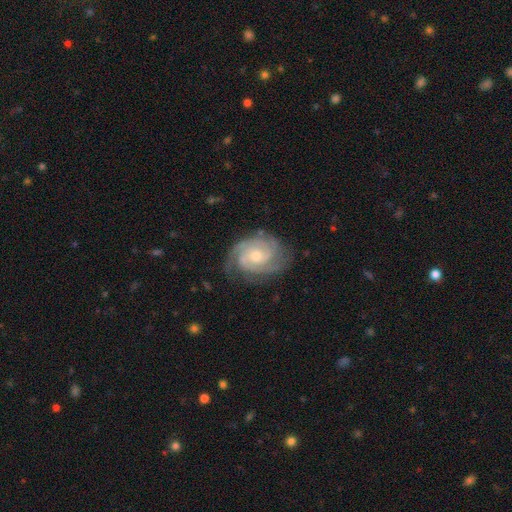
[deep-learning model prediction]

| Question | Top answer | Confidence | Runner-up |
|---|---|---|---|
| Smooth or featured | featured or disk | 89% | smooth (6%) |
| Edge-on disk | no | 98% | yes (2%) |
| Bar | no | 67% | weak (27%) |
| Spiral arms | yes | 98% | no (2%) |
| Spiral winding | tight | 67% | medium (29%) |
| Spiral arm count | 3 | 40% | 2 (32%) |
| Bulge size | small | 50% | moderate (46%) |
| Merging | none | 77% | minor disturbance (17%) |